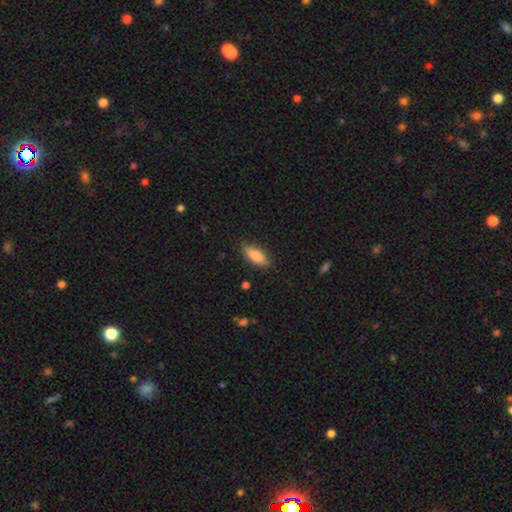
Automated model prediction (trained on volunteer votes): Smooth or featured? smooth (85%)
How rounded? in between (73%)
Merging? none (83%)